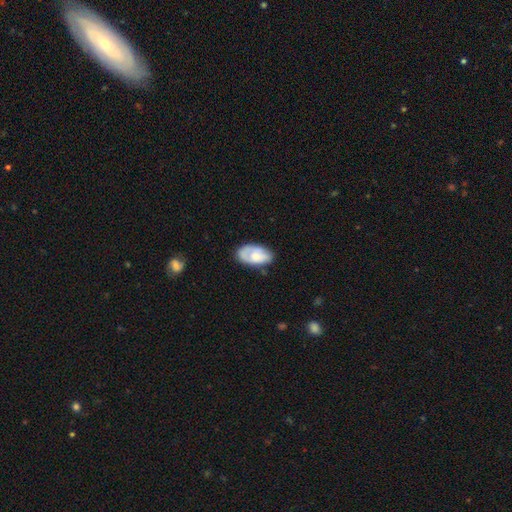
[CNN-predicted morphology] smooth-or-featured: smooth: 58% | featured or disk: 35% | star or artifact: 6%
  how-rounded: in between: 94% | round: 4% | cigar-shaped: 2%
  merging: none: 64% | minor disturbance: 26% | major disturbance: 8% | merger: 2%